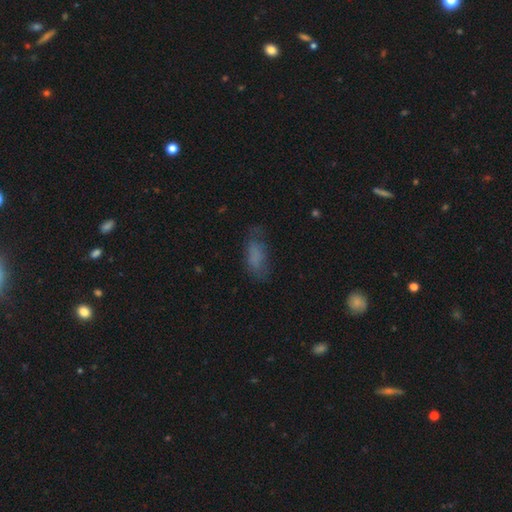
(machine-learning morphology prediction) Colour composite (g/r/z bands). It shows a smooth galaxy with no disk features (72%) that is in between round and cigar-shaped (81%). Merging: none (58%).